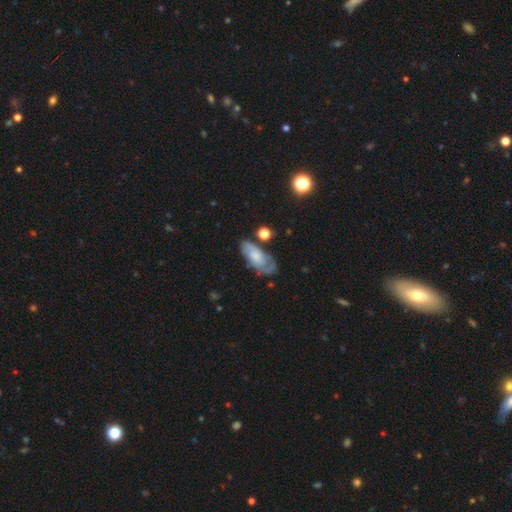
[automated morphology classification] Smooth or featured? Predicted: featured or disk (p=0.63). Edge-on disk? Predicted: no (p=0.92). Bar? Predicted: no (p=0.68). Spiral arms? Predicted: yes (p=0.85). Bulge size? Predicted: none (p=0.31). Merging? Predicted: none (p=0.59).